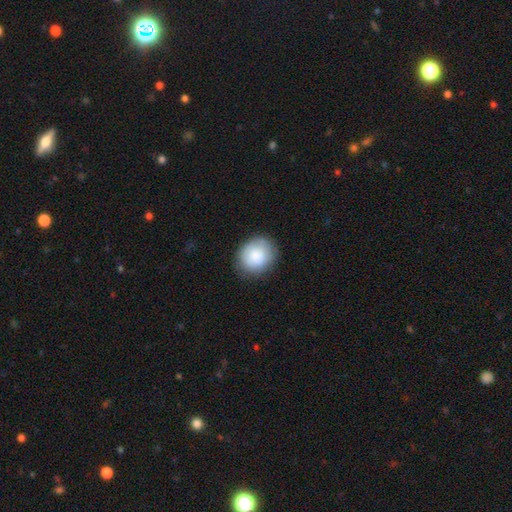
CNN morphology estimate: Smooth or featured?
  - smooth: 83% *
  - featured or disk: 11%
  - star or artifact: 7%
How rounded?
  - round: 72% *
  - in between: 27%
  - cigar-shaped: 1%
Merging?
  - none: 78% *
  - minor disturbance: 16%
  - major disturbance: 4%
  - merger: 1%